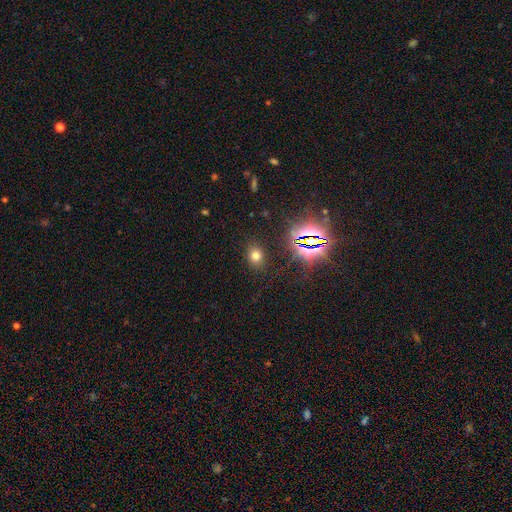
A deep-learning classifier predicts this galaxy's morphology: smooth_or_featured: smooth (p=0.67) [alt: star or artifact p=0.25]
how_rounded: in between (p=0.51) [alt: round p=0.47]
merging: none (p=0.86) [alt: minor disturbance p=0.09]